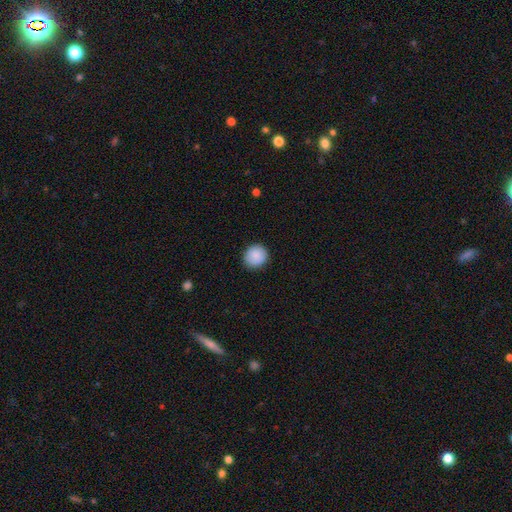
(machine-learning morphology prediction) Q: Smooth or featured?
A: smooth (88%); runner-up: star or artifact (7%)
Q: How rounded?
A: round (88%); runner-up: in between (11%)
Q: Merging?
A: none (88%); runner-up: minor disturbance (9%)